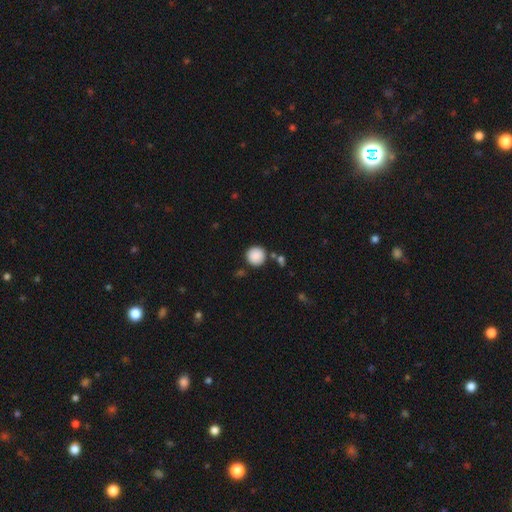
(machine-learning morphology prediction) Overall: smooth (88%). How rounded: round (94%). Merging: none (83%).